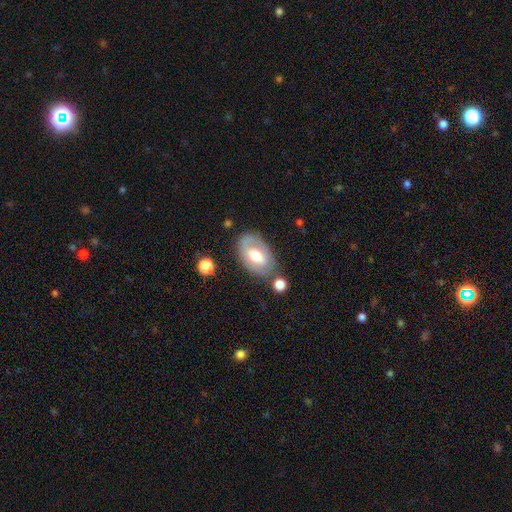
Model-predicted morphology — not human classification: Smooth or featured? Predicted: featured or disk (p=0.47). Merging? Predicted: none (p=0.68).